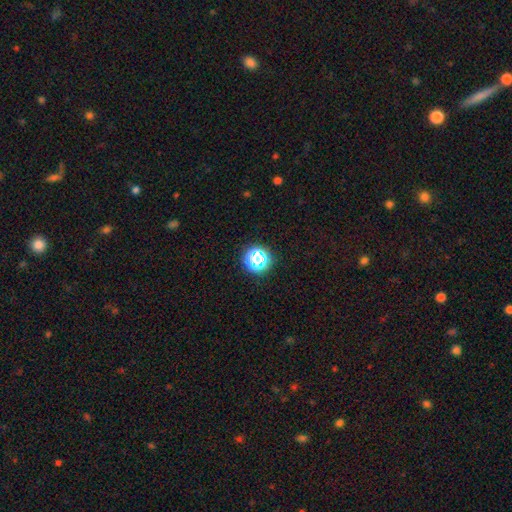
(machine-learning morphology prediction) smooth_or_featured: star or artifact (p=0.58) [alt: smooth p=0.32]